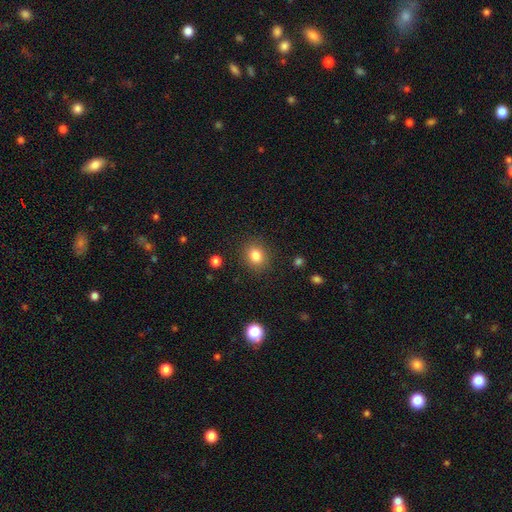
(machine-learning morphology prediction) Q: Smooth or featured?
A: smooth (82%); runner-up: star or artifact (11%)
Q: How rounded?
A: round (71%); runner-up: in between (28%)
Q: Merging?
A: none (88%); runner-up: minor disturbance (8%)